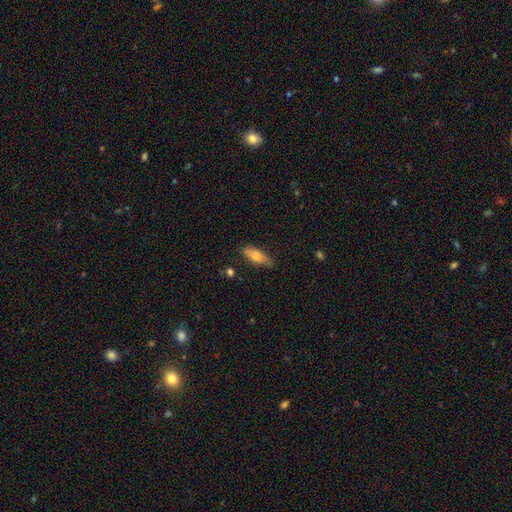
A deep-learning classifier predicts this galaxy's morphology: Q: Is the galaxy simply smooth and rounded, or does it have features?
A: smooth — 77%.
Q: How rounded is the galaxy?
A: in between — 65%.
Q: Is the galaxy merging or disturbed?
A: none — 71%.